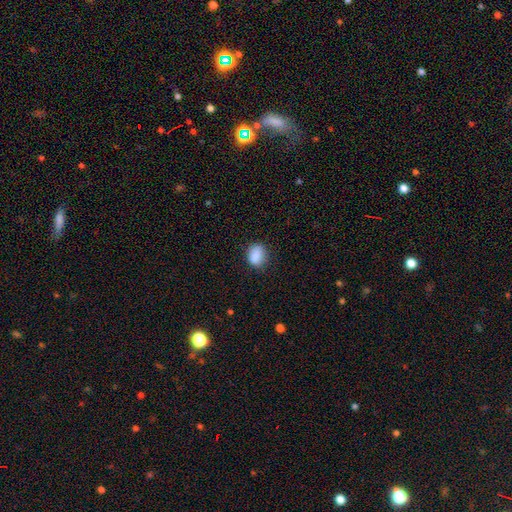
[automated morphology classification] This appears to be a smooth galaxy with no disk features (87%) that is in between round and cigar-shaped (59%). Merging: none (76%).